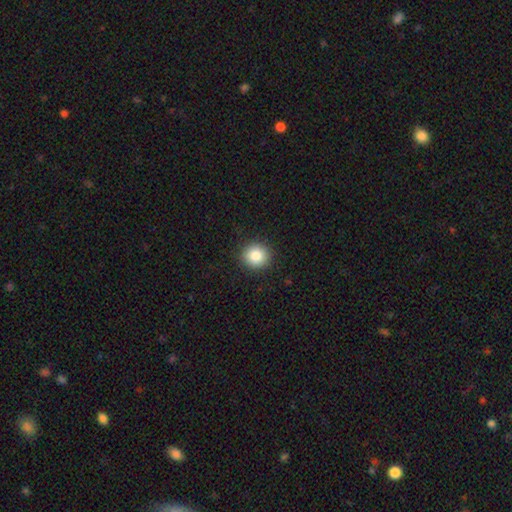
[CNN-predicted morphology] A smooth galaxy with no disk features (85%) that is round (88%).

Vote fractions:
- Smooth or featured? smooth: 85% / star or artifact: 9% / featured or disk: 5%
- How rounded? round: 88% / in between: 11% / cigar-shaped: 1%
- Merging? none: 91% / minor disturbance: 6% / major disturbance: 2% / merger: 1%